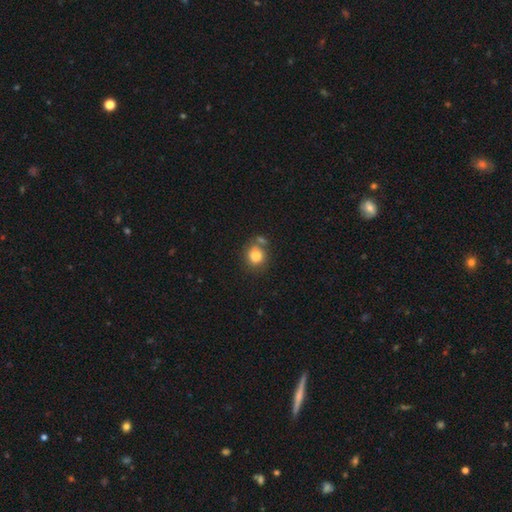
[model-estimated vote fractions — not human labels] smooth 81%, star or artifact 10%, featured or disk 8%. Down the decision tree: how rounded — round (83%); merging — none (61%).